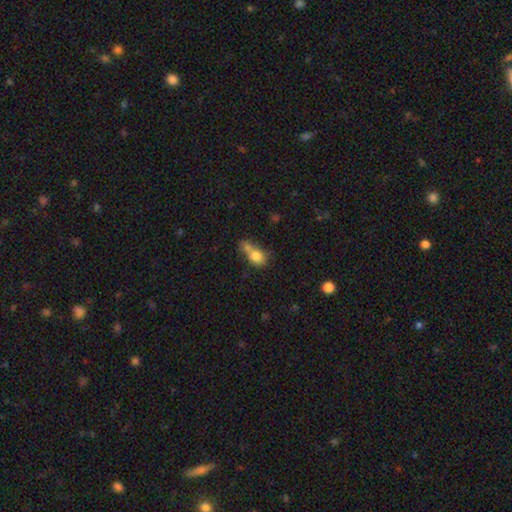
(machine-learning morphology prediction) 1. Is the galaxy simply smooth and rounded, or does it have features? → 75% smooth, 15% featured or disk, 10% star or artifact.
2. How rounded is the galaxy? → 57% in between, 39% round, 4% cigar-shaped.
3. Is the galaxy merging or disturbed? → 52% merger, 24% none, 14% minor disturbance, 10% major disturbance.